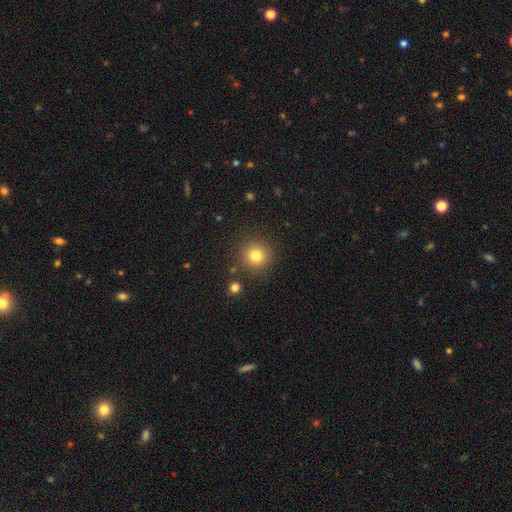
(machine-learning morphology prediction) Smooth or featured? smooth (80%)
How rounded? round (93%)
Merging? none (87%)